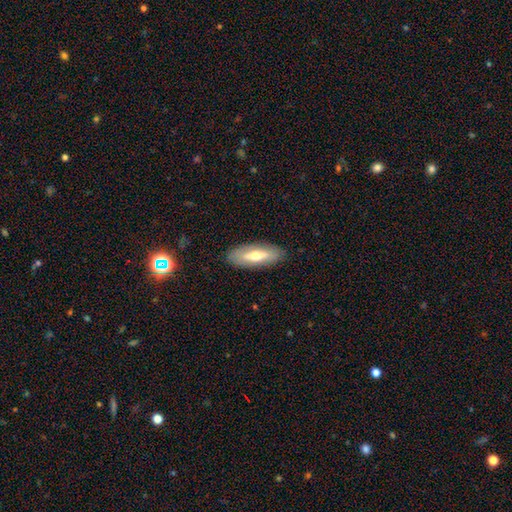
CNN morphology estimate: smooth-or-featured: smooth: 56% | featured or disk: 38% | star or artifact: 6%
  how-rounded: in between: 64% | cigar-shaped: 33% | round: 2%
  merging: none: 87% | minor disturbance: 10% | major disturbance: 3% | merger: 1%